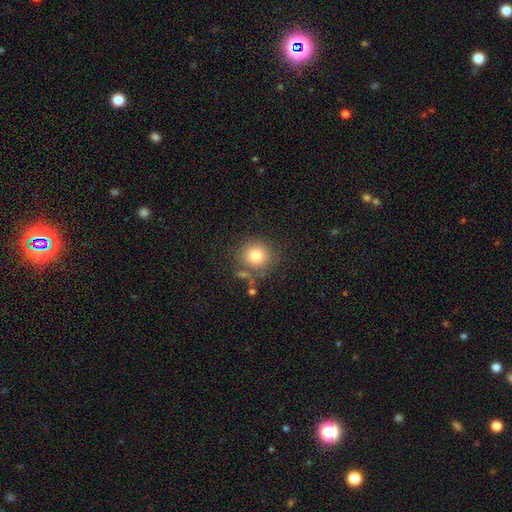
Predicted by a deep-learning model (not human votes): A smooth galaxy with no disk features (79%) that is round (89%).

Vote fractions:
- Smooth or featured? smooth: 79% / star or artifact: 11% / featured or disk: 9%
- How rounded? round: 89% / in between: 10% / cigar-shaped: 1%
- Merging? none: 78% / minor disturbance: 11% / merger: 7% / major disturbance: 4%